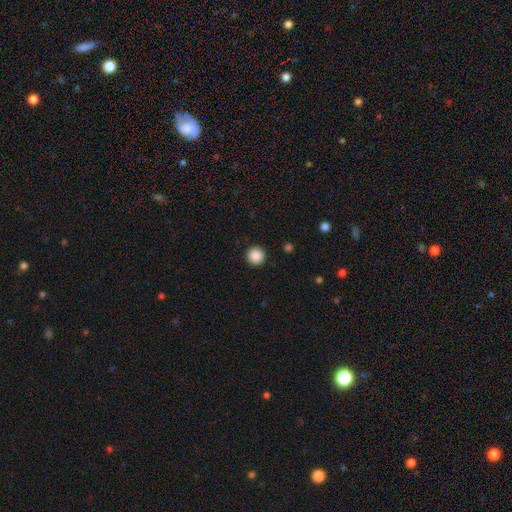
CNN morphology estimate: smooth 88%, star or artifact 9%, featured or disk 3%. Down the decision tree: how rounded — round (96%); merging — none (93%).